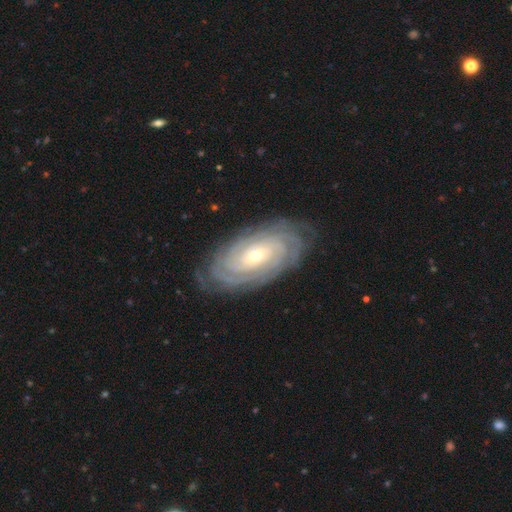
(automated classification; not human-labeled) This appears to be a featured or disk galaxy (88%) with no bar (67%), tight (87%) spiral arms (97%) and a small central bulge (62%). Merging: none (83%).